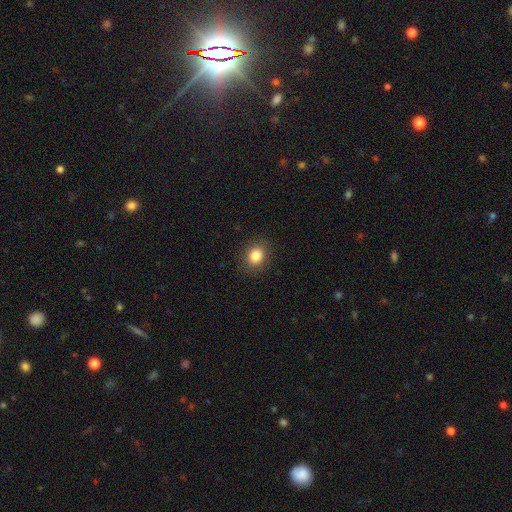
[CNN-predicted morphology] Q: Smooth or featured?
A: smooth (84%); runner-up: star or artifact (10%)
Q: How rounded?
A: round (63%); runner-up: in between (36%)
Q: Merging?
A: none (88%); runner-up: minor disturbance (8%)